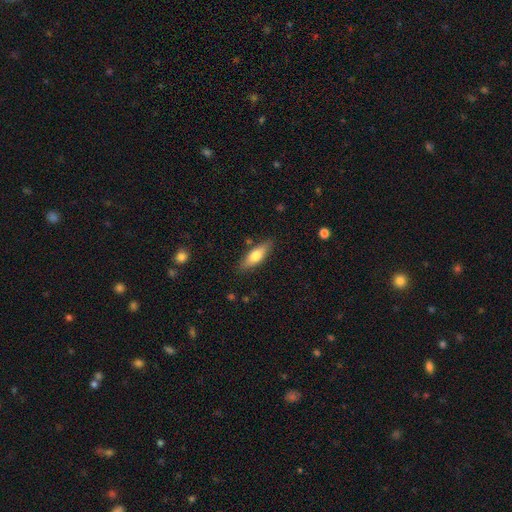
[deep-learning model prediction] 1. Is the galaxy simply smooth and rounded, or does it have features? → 67% smooth, 27% featured or disk, 6% star or artifact.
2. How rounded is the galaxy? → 57% in between, 40% cigar-shaped, 2% round.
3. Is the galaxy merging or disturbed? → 84% none, 12% minor disturbance, 2% major disturbance, 2% merger.